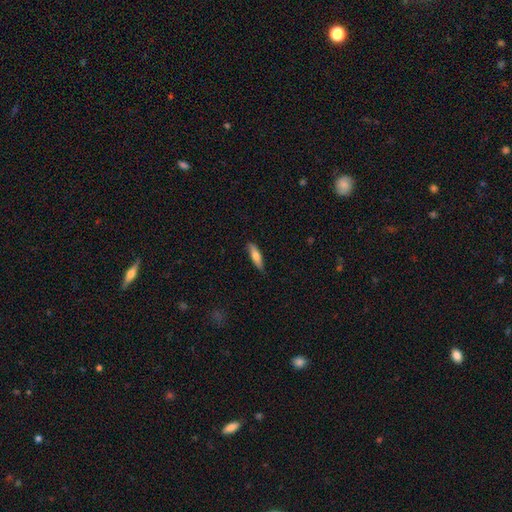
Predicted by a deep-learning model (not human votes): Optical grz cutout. It shows a smooth galaxy with no disk features (71%) that is cigar-shaped (65%). Merging: none (83%).